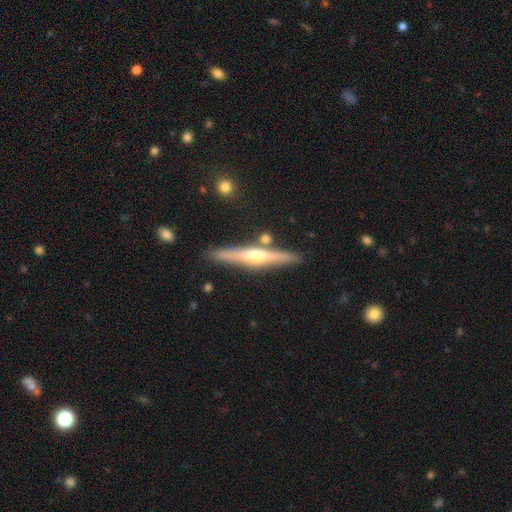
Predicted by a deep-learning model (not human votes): Smooth or featured: featured or disk — 70% (smooth — 23%)
Edge-on disk: yes — 97% (no — 3%)
Edge-on bulge: rounded — 84% (none — 9%)
Merging: none — 85% (minor disturbance — 9%)